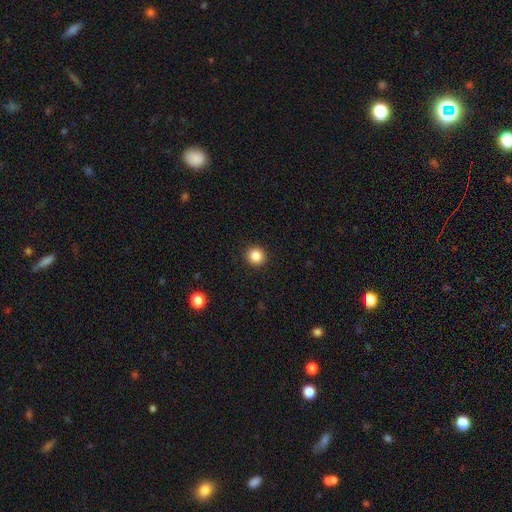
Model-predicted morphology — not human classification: The model was most divided on "smooth or featured": smooth: 85%, star or artifact: 11%, featured or disk: 4%. More confident: how rounded — round (93%); merging — none (92%).